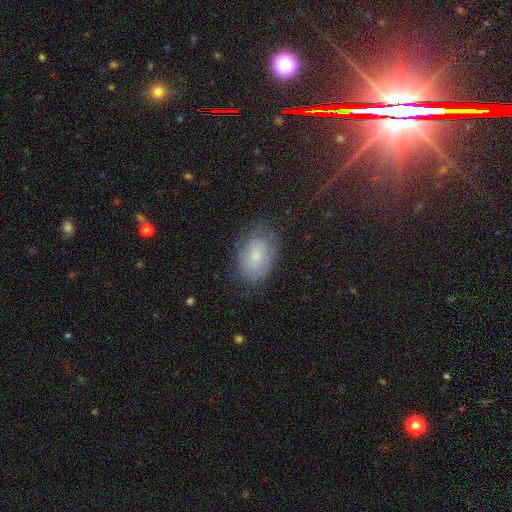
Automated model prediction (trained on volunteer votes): smooth-or-featured: smooth: 56% | featured or disk: 30% | star or artifact: 14%
  how-rounded: in between: 88% | round: 11% | cigar-shaped: 2%
  merging: none: 71% | minor disturbance: 21% | major disturbance: 7% | merger: 1%